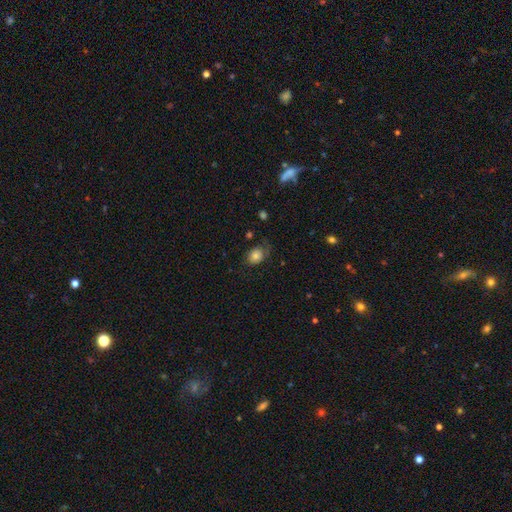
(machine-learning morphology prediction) smooth-or-featured: smooth: 77% | featured or disk: 13% | star or artifact: 10%
  how-rounded: round: 50% | in between: 49% | cigar-shaped: 1%
  merging: none: 59% | minor disturbance: 26% | major disturbance: 14% | merger: 2%